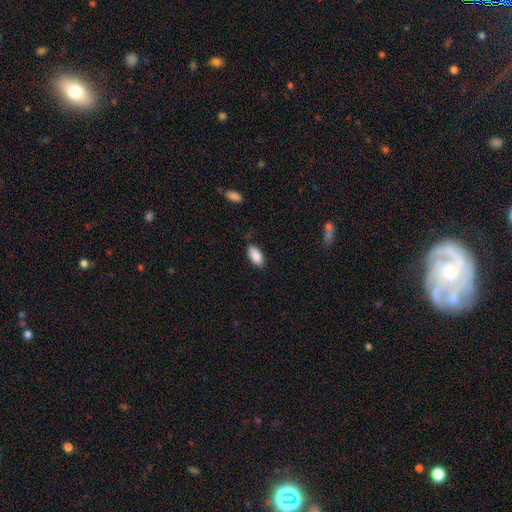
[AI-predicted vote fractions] Q: Smooth or featured?
A: smooth (89%); runner-up: star or artifact (7%)
Q: How rounded?
A: in between (90%); runner-up: cigar-shaped (8%)
Q: Merging?
A: none (81%); runner-up: minor disturbance (14%)